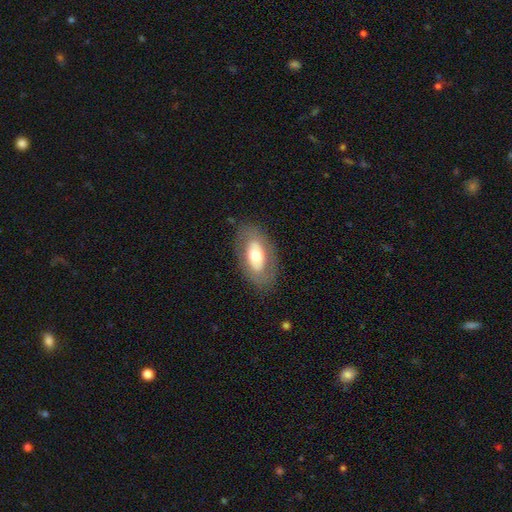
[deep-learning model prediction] Morphology: type=smooth (52%); roundness=in between (91%); merging=none (80%).